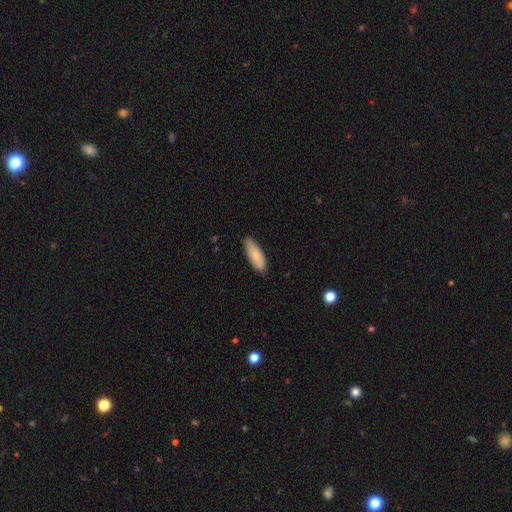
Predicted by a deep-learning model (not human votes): This is clearly a smooth galaxy (81%). How rounded: likely in between (68%). Merging: likely none (76%).